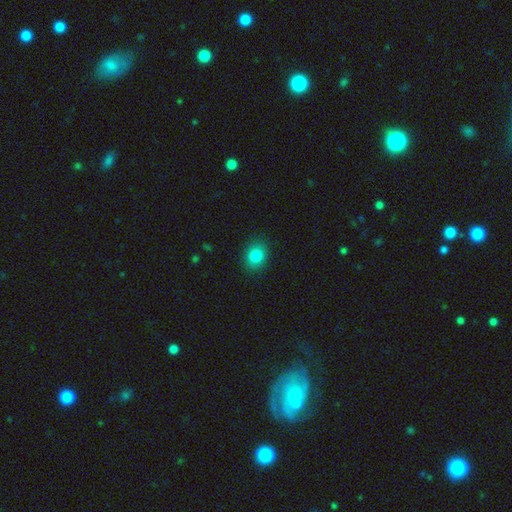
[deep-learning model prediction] The model was most divided on "how rounded": round: 59%, in between: 40%, cigar-shaped: 1%. More confident: merging — none (88%); smooth or featured — smooth (83%).